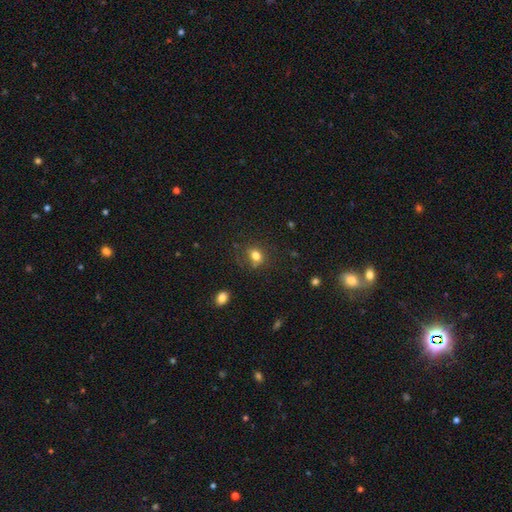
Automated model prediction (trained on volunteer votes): Smooth or featured: smooth — 78% (star or artifact — 13%)
How rounded: in between — 53% (round — 46%)
Merging: none — 71% (minor disturbance — 18%)